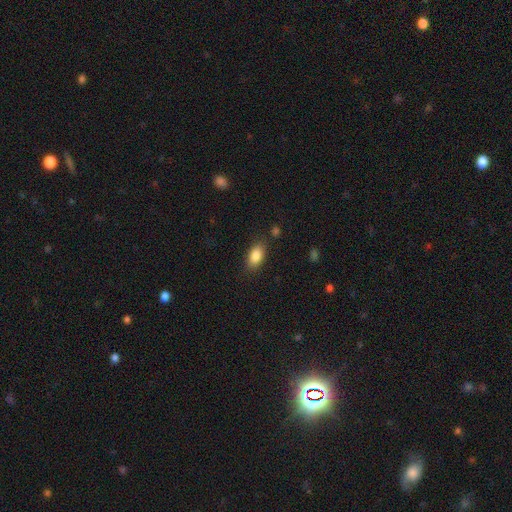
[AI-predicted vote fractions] Q: Smooth or featured?
A: smooth (86%); runner-up: star or artifact (8%)
Q: How rounded?
A: in between (90%); runner-up: round (6%)
Q: Merging?
A: none (82%); runner-up: minor disturbance (12%)